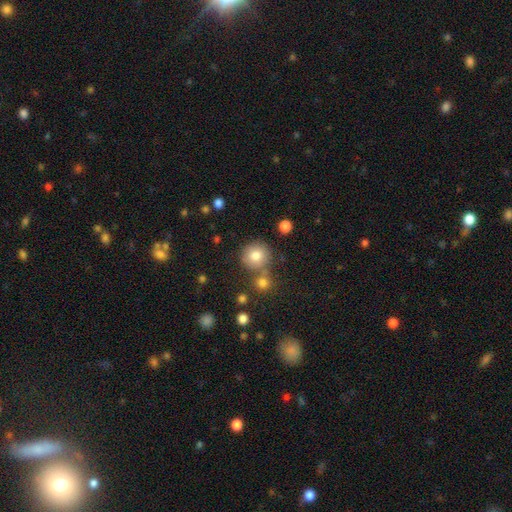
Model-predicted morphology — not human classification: smooth-or-featured: smooth: 80% | star or artifact: 11% | featured or disk: 9%
  how-rounded: round: 92% | in between: 7% | cigar-shaped: 1%
  merging: none: 70% | merger: 16% | minor disturbance: 10% | major disturbance: 4%